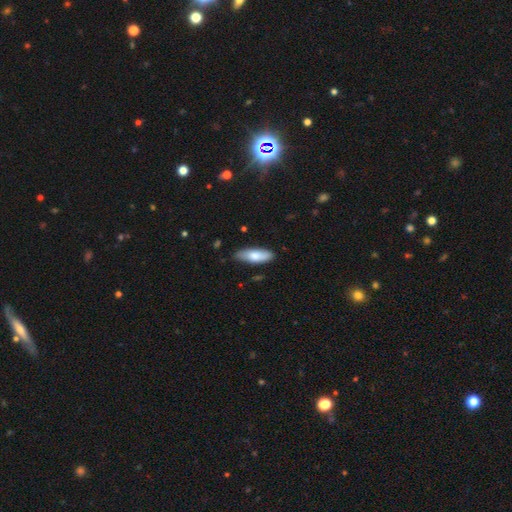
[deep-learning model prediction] smooth 79%, featured or disk 16%, star or artifact 6%. Down the decision tree: how rounded — in between (64%); merging — none (80%).